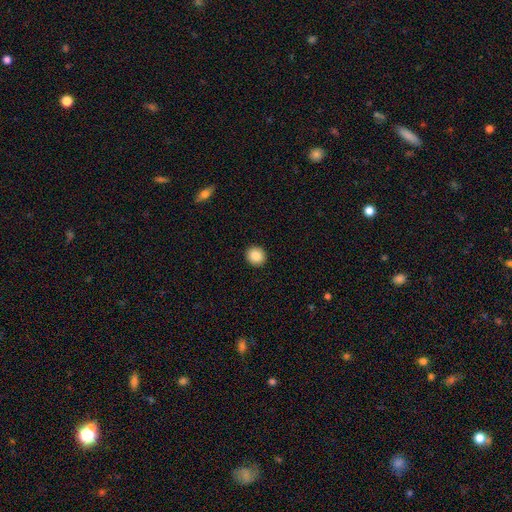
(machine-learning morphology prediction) Smooth or featured?
  - smooth: 86% *
  - star or artifact: 9%
  - featured or disk: 5%
How rounded?
  - round: 89% *
  - in between: 10%
  - cigar-shaped: 1%
Merging?
  - none: 93% *
  - minor disturbance: 4%
  - major disturbance: 1%
  - merger: 1%